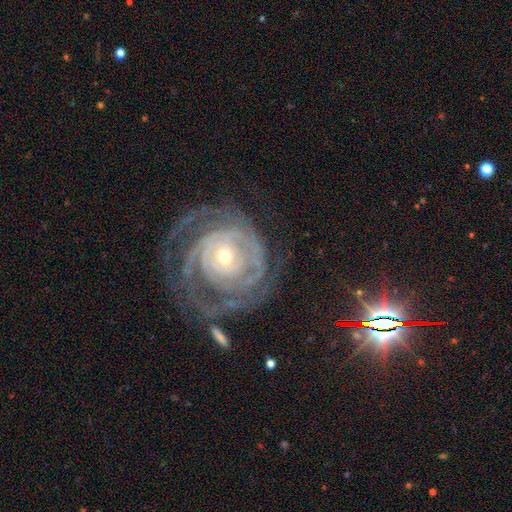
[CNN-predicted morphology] Overall: featured or disk (86%). Edge-on disk: no (97%). Bar: no (68%). Spiral arms: yes (93%). Spiral arm count: can't tell (33%; 2 25%). Spiral winding: tight (79%). Bulge size: small (66%; moderate 30%). Merging: none (64%).